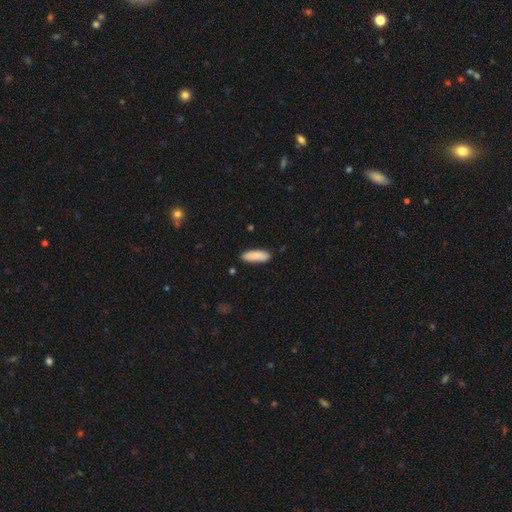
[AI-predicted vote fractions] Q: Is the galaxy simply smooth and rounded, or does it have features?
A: smooth — 85%.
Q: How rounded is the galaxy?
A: in between — 52%.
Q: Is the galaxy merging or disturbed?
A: none — 83%.